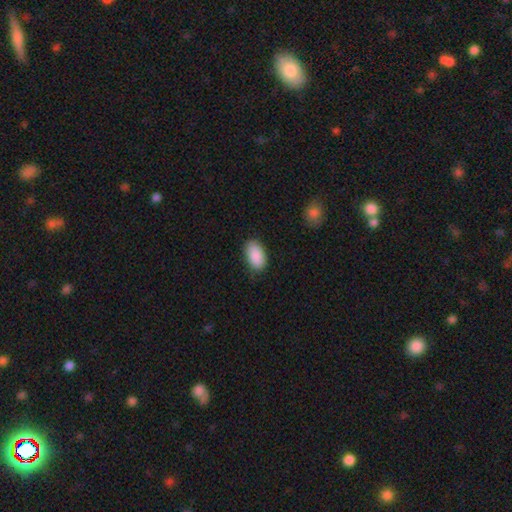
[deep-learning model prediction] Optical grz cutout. It shows a smooth galaxy with no disk features (90%) that is in between round and cigar-shaped (94%). Merging: none (83%).